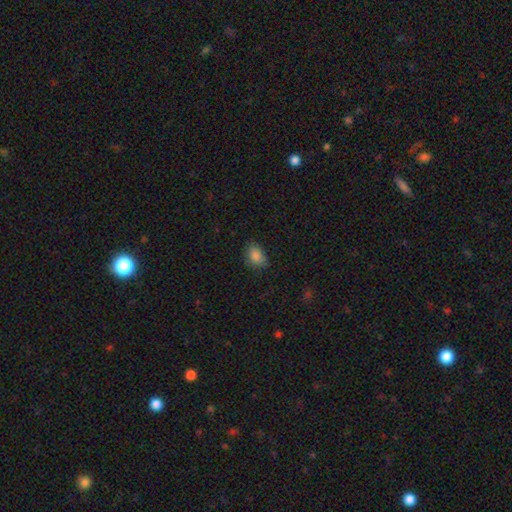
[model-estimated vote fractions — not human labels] This appears to be a smooth galaxy with no disk features (85%) that is in between round and cigar-shaped (75%). Merging: none (74%).